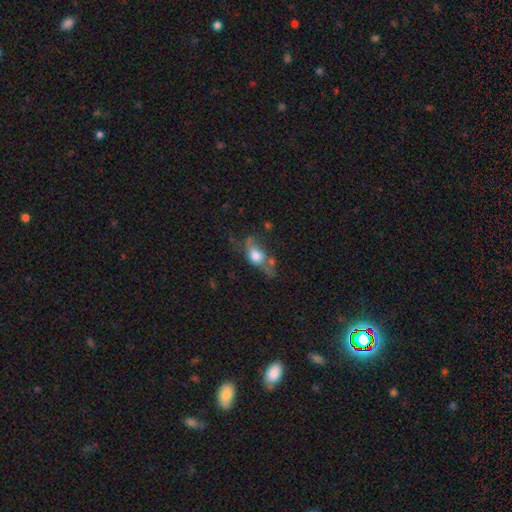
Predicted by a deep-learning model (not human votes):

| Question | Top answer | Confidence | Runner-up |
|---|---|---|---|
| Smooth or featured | smooth | 52% | featured or disk (39%) |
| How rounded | in between | 66% | cigar-shaped (17%) |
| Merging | none | 40% | minor disturbance (26%) |